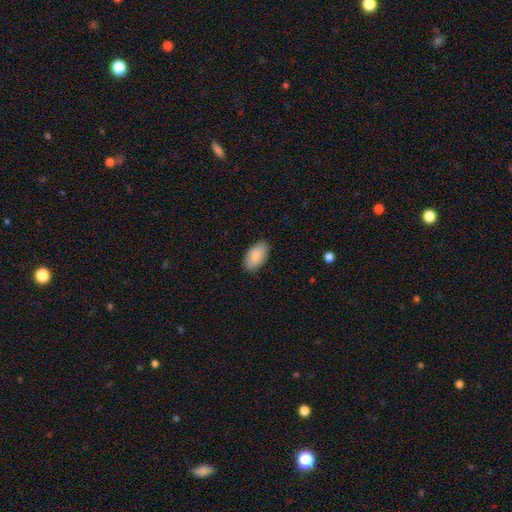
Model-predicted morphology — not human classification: A smooth galaxy with no disk features (85%) that is in between round and cigar-shaped (95%).

Vote fractions:
- Smooth or featured? smooth: 85% / featured or disk: 9% / star or artifact: 6%
- How rounded? in between: 95% / round: 3% / cigar-shaped: 2%
- Merging? none: 87% / minor disturbance: 10% / major disturbance: 2% / merger: 1%